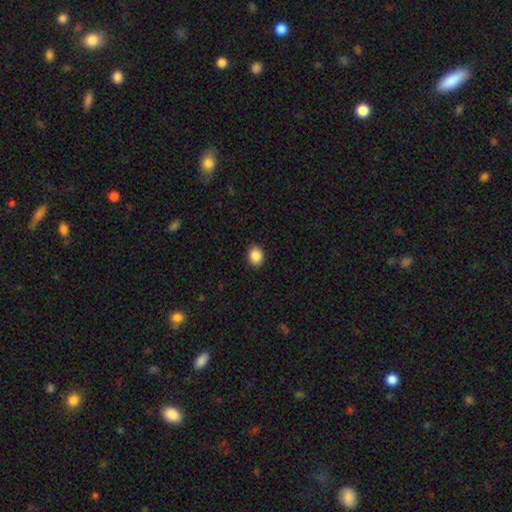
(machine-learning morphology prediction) Smooth or featured?
  - smooth: 88% *
  - star or artifact: 8%
  - featured or disk: 4%
How rounded?
  - round: 50% *
  - in between: 49%
  - cigar-shaped: 1%
Merging?
  - none: 90% *
  - minor disturbance: 7%
  - major disturbance: 2%
  - merger: 1%